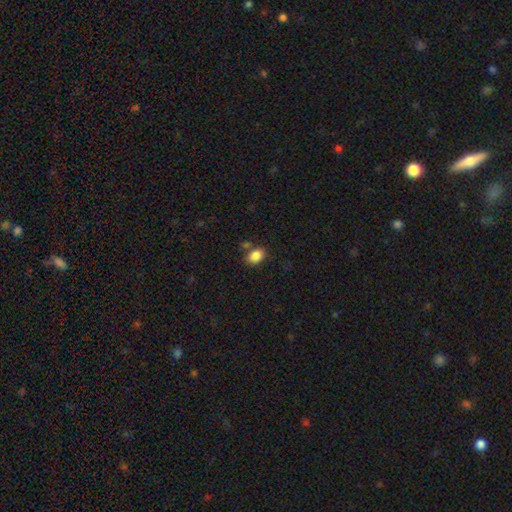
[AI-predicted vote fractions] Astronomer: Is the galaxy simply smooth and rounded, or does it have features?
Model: smooth — 86%.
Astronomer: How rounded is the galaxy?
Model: in between — 74%.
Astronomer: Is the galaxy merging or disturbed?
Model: none — 71%.